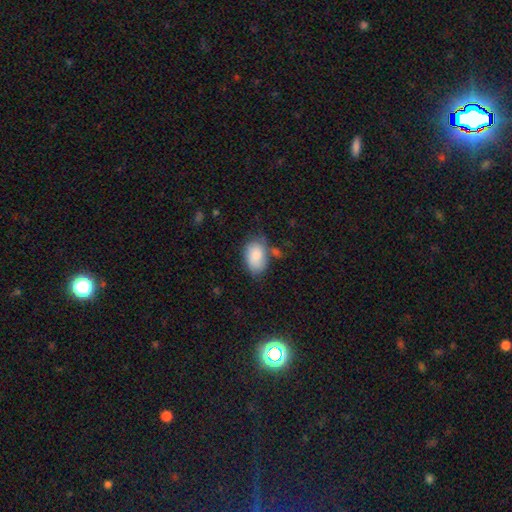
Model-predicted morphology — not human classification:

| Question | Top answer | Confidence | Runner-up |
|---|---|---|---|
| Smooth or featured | smooth | 84% | featured or disk (9%) |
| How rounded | in between | 88% | round (11%) |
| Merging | none | 57% | minor disturbance (25%) |